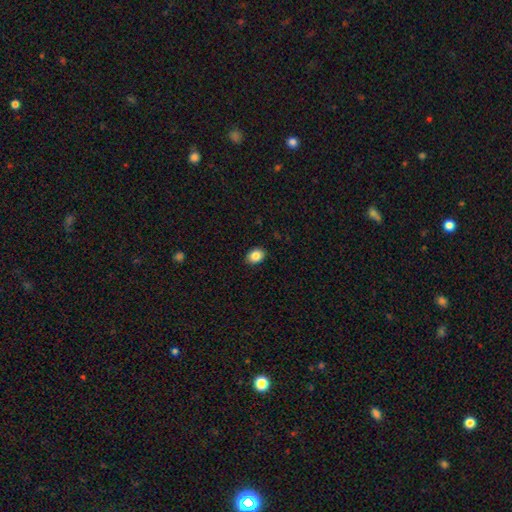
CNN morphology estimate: Smooth or featured? Predicted: smooth (p=0.86). How rounded? Predicted: in between (p=0.66). Merging? Predicted: none (p=0.90).